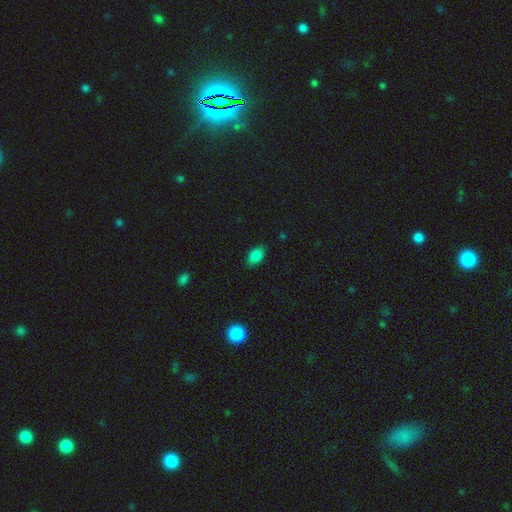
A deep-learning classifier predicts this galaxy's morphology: Smooth or featured? Predicted: smooth (p=0.84). How rounded? Predicted: in between (p=0.88). Merging? Predicted: none (p=0.84).